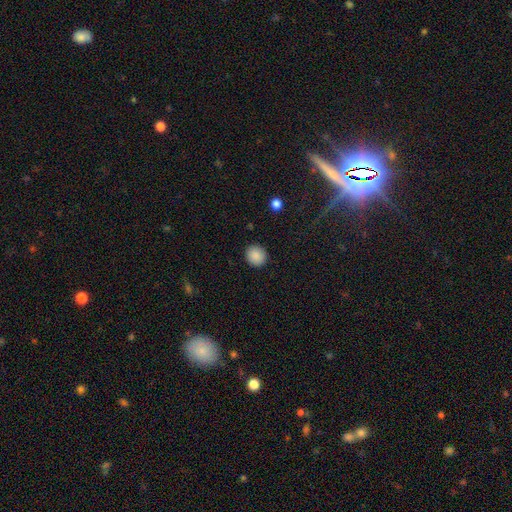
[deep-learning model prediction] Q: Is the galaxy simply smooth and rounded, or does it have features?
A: smooth — 89%.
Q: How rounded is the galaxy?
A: round — 88%.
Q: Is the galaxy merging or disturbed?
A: none — 91%.